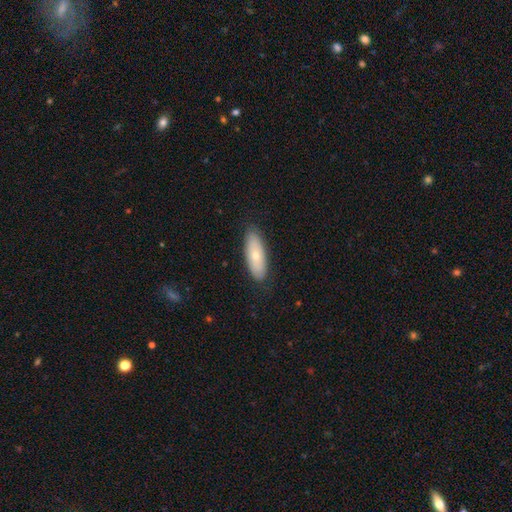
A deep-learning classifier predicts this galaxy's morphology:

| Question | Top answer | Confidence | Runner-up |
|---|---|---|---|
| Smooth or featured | smooth | 68% | featured or disk (26%) |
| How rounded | in between | 69% | cigar-shaped (29%) |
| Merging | none | 85% | minor disturbance (12%) |